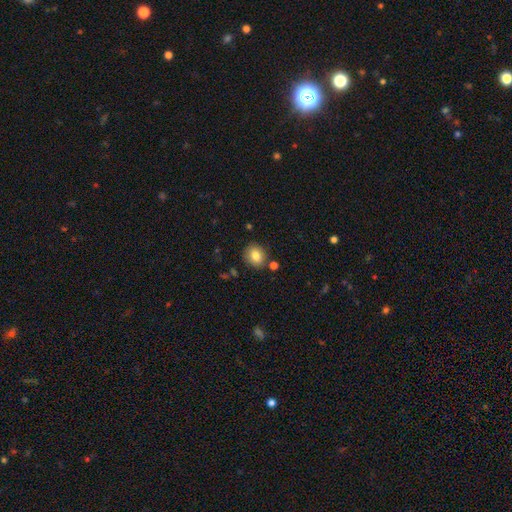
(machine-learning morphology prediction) Smooth or featured? Predicted: smooth (p=0.82). How rounded? Predicted: round (p=0.74). Merging? Predicted: none (p=0.83).